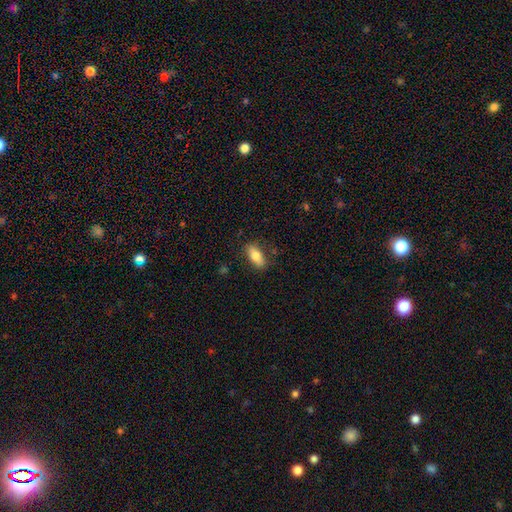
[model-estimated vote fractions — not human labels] smooth-or-featured: smooth: 77% | featured or disk: 16% | star or artifact: 7%
  how-rounded: in between: 78% | cigar-shaped: 19% | round: 3%
  merging: none: 83% | minor disturbance: 13% | major disturbance: 3% | merger: 1%